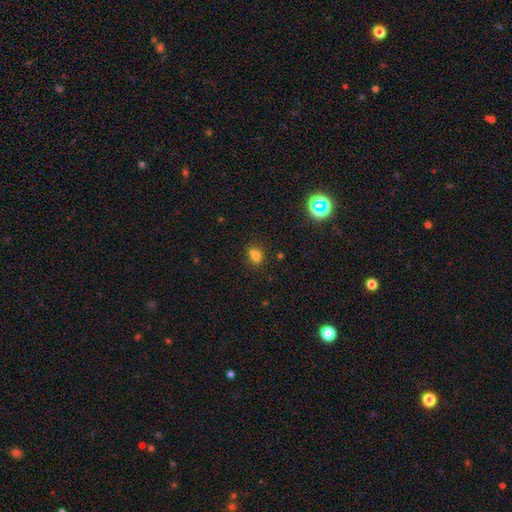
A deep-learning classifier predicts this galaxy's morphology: Smooth or featured?
  - smooth: 74% *
  - star or artifact: 16%
  - featured or disk: 9%
How rounded?
  - round: 55% *
  - in between: 44%
  - cigar-shaped: 1%
Merging?
  - none: 58% *
  - merger: 21%
  - minor disturbance: 16%
  - major disturbance: 5%